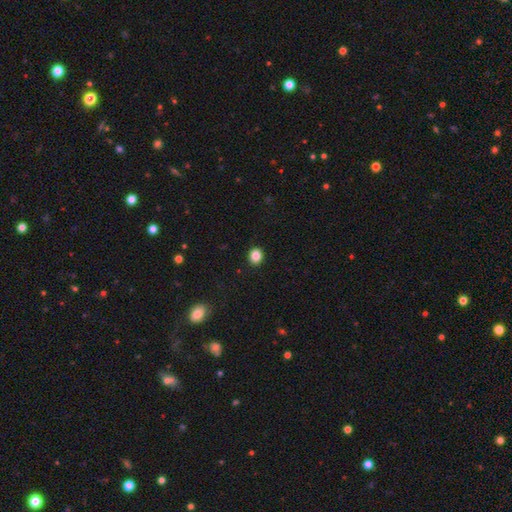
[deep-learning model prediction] This is clearly a smooth galaxy (87%). How rounded: likely round (71%). Merging: clearly none (92%).